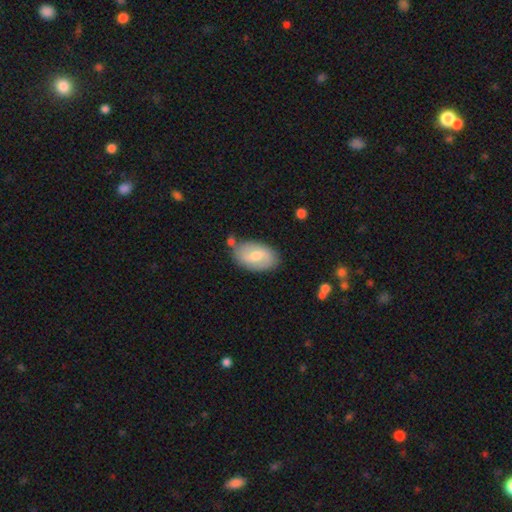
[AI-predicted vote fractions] Smooth or featured: smooth — 50% (featured or disk — 45%)
Merging: none — 72% (minor disturbance — 17%)